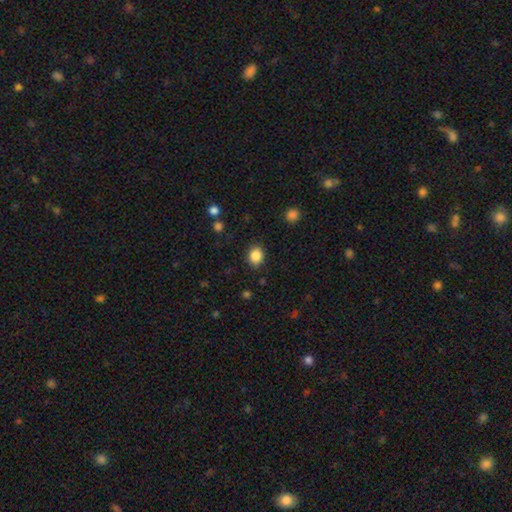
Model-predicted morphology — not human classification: Smooth or featured?
  - smooth: 86% *
  - star or artifact: 10%
  - featured or disk: 4%
How rounded?
  - round: 59% *
  - in between: 40%
  - cigar-shaped: 1%
Merging?
  - none: 88% *
  - minor disturbance: 8%
  - major disturbance: 3%
  - merger: 1%